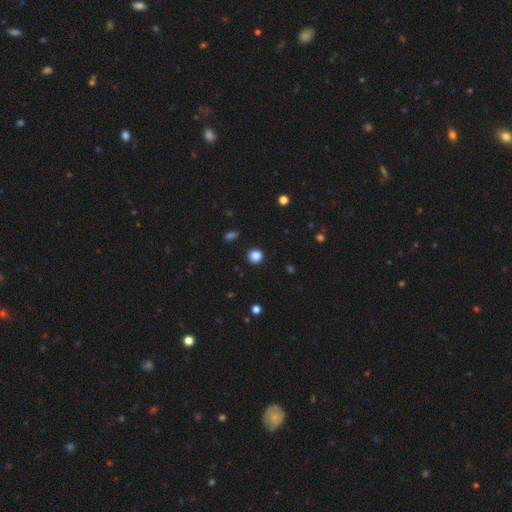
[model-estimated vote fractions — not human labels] Morphology: type=smooth (85%); roundness=round (92%); merging=none (92%).